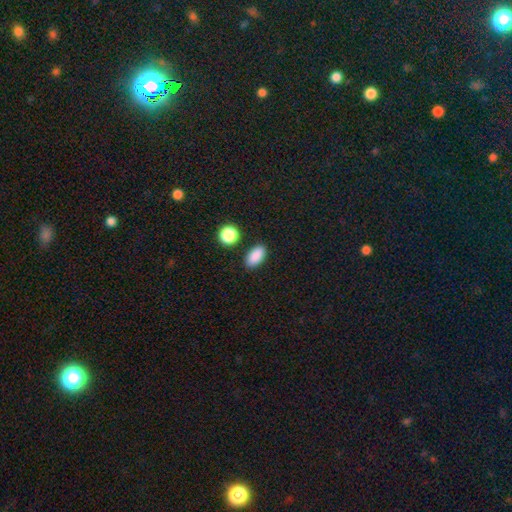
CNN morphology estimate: A smooth galaxy with no disk features (88%) that is in between round and cigar-shaped (90%).

Vote fractions:
- Smooth or featured? smooth: 88% / star or artifact: 8% / featured or disk: 4%
- How rounded? in between: 90% / round: 6% / cigar-shaped: 4%
- Merging? none: 86% / minor disturbance: 9% / merger: 3% / major disturbance: 2%